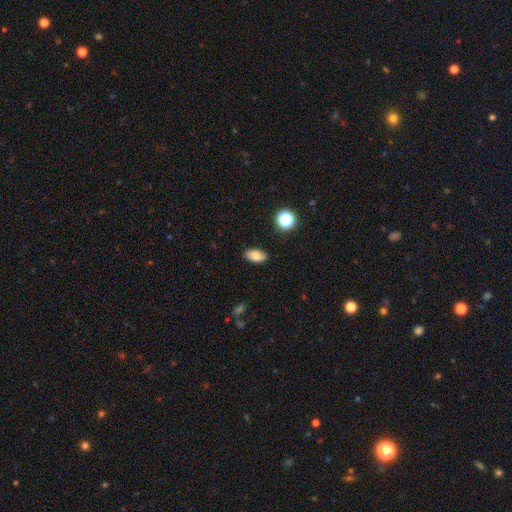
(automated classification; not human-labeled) Q: Smooth or featured?
A: smooth (77%); runner-up: featured or disk (13%)
Q: How rounded?
A: in between (91%); runner-up: round (6%)
Q: Merging?
A: none (86%); runner-up: minor disturbance (11%)